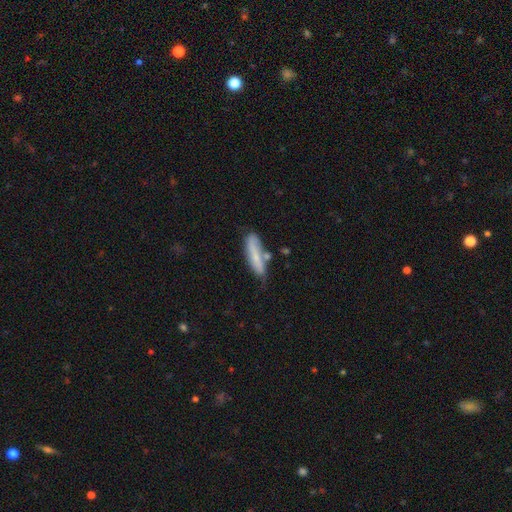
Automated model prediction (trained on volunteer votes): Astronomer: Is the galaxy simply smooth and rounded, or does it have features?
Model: smooth — 66%.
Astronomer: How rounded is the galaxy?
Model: cigar-shaped — 69%.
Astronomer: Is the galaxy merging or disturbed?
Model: none — 55%.